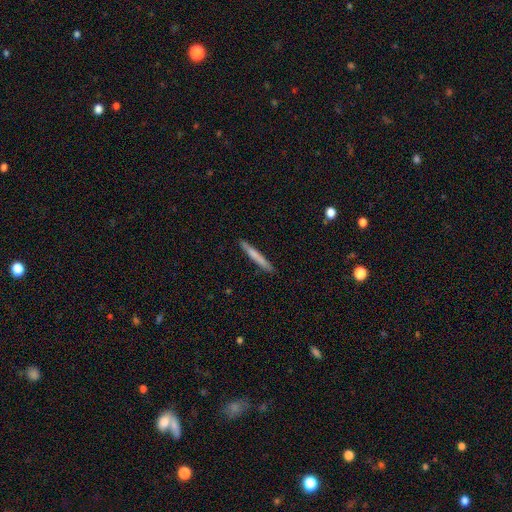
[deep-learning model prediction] Smooth or featured? smooth (68%)
How rounded? cigar-shaped (96%)
Merging? none (89%)